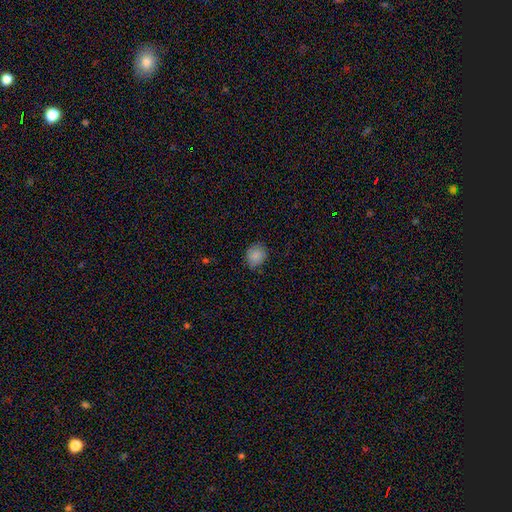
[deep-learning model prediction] The model was most divided on "how rounded": round: 70%, in between: 30%, cigar-shaped: 1%. More confident: smooth or featured — smooth (87%); merging — none (79%).